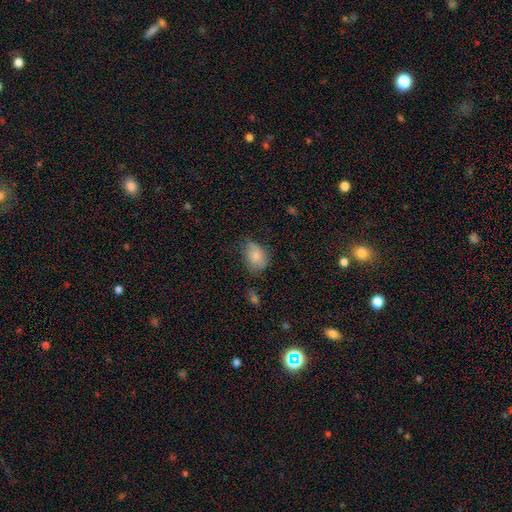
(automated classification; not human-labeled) Smooth or featured?
  - smooth: 78% *
  - featured or disk: 13%
  - star or artifact: 9%
How rounded?
  - in between: 69% *
  - round: 30%
  - cigar-shaped: 1%
Merging?
  - none: 50% *
  - minor disturbance: 35%
  - major disturbance: 12%
  - merger: 2%